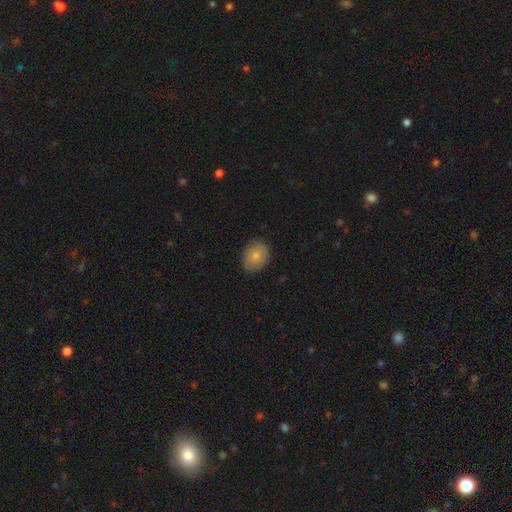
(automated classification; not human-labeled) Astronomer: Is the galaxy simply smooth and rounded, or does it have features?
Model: smooth — 81%.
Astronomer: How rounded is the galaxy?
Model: in between — 55% (runner-up: round, 44%).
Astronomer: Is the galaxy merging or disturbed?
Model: none — 83%.